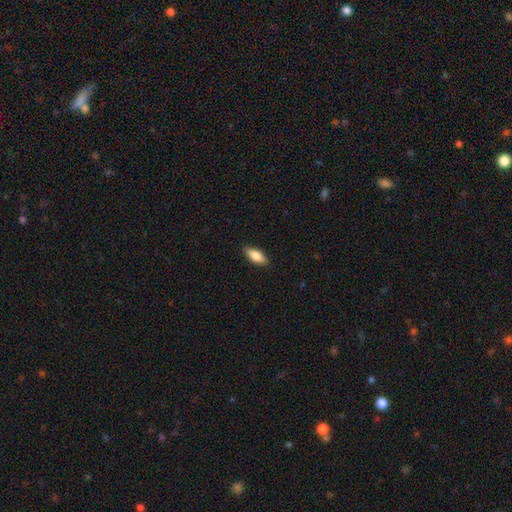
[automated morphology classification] The model was most divided on "how rounded": in between: 76%, cigar-shaped: 22%, round: 2%. More confident: merging — none (88%); smooth or featured — smooth (80%).